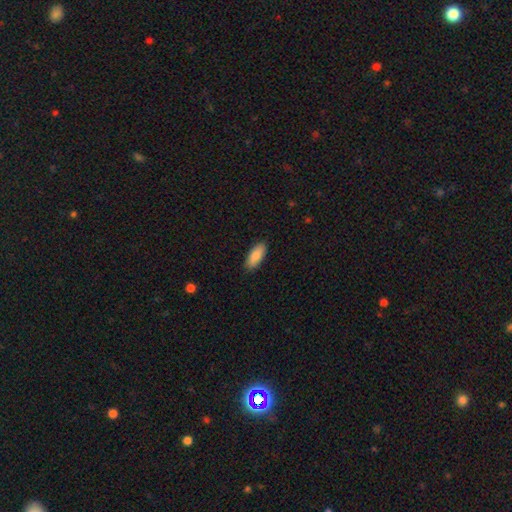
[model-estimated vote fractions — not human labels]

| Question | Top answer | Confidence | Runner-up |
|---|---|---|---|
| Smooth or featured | smooth | 87% | featured or disk (7%) |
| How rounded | in between | 82% | cigar-shaped (16%) |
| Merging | none | 89% | minor disturbance (8%) |